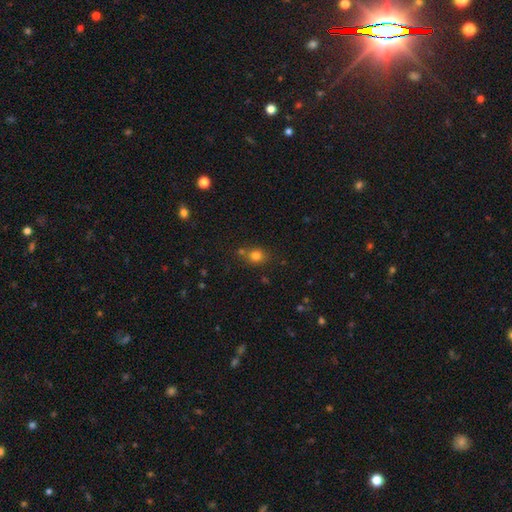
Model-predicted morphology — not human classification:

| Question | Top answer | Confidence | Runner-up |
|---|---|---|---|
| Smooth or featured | smooth | 78% | star or artifact (14%) |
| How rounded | round | 70% | in between (29%) |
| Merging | none | 66% | merger (17%) |